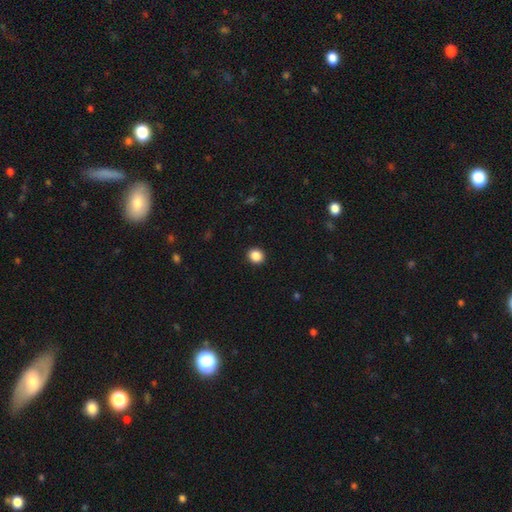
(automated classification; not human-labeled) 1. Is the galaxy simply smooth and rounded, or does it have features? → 87% smooth, 10% star or artifact, 3% featured or disk.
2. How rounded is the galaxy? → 81% round, 18% in between, 1% cigar-shaped.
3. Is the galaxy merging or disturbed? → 92% none, 5% minor disturbance, 2% major disturbance, 1% merger.